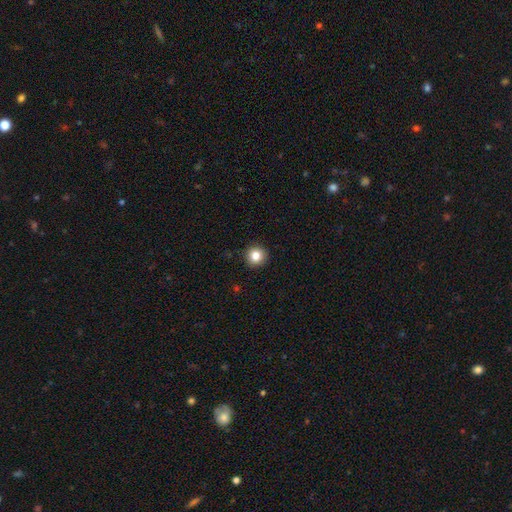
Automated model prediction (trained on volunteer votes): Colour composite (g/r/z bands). It shows a smooth galaxy with no disk features (83%) that is round (95%). Merging: none (93%).